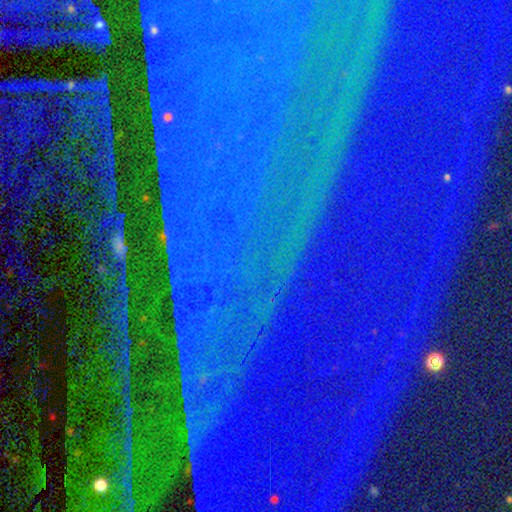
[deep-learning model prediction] Smooth or featured?
  - star or artifact: 88% *
  - featured or disk: 7%
  - smooth: 5%